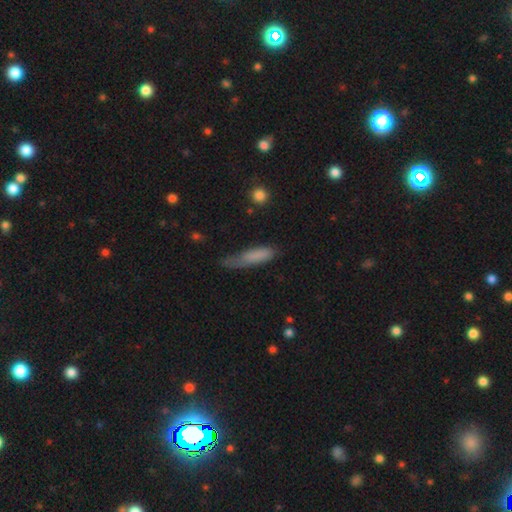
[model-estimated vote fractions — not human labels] Smooth or featured? smooth (76%)
How rounded? cigar-shaped (71%)
Merging? none (39%)